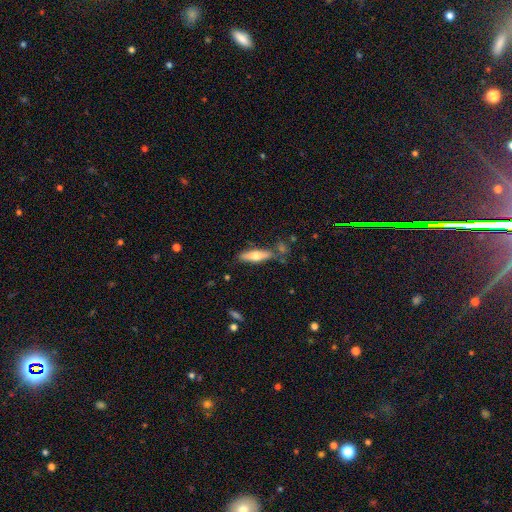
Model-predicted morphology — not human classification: A smooth galaxy with no disk features (53%) that is cigar-shaped (67%). Merging: none (74%).